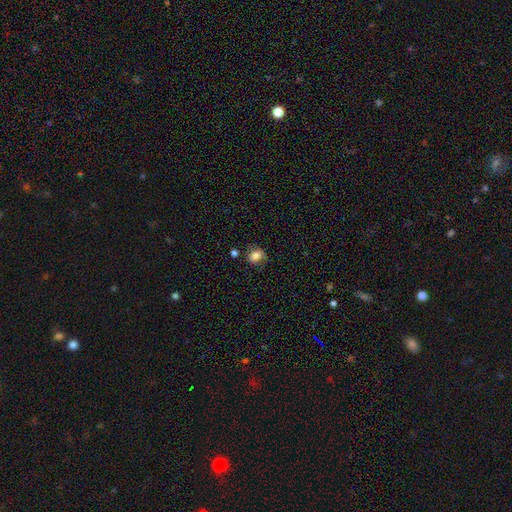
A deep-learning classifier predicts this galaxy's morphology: A smooth galaxy with no disk features (78%) that is round (53%). Merging: none (71%).